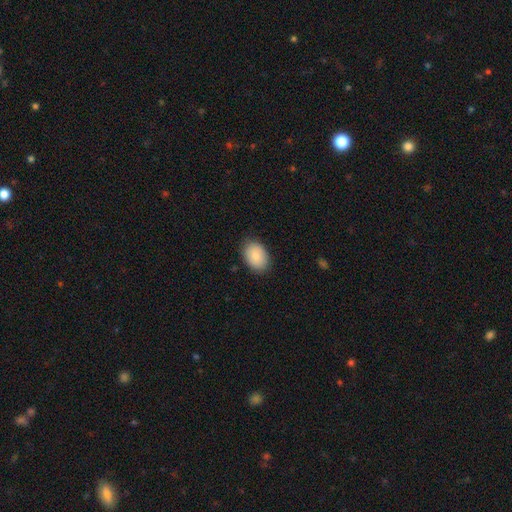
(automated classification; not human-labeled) A smooth galaxy with no disk features (87%) that is in between round and cigar-shaped (81%). Merging: none (84%).